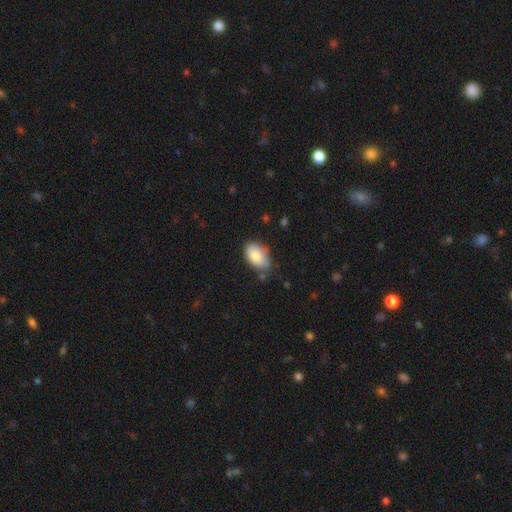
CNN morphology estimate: smooth_or_featured: smooth (p=0.81) [alt: featured or disk p=0.12]
how_rounded: in between (p=0.91) [alt: round p=0.08]
merging: none (p=0.64) [alt: minor disturbance p=0.27]